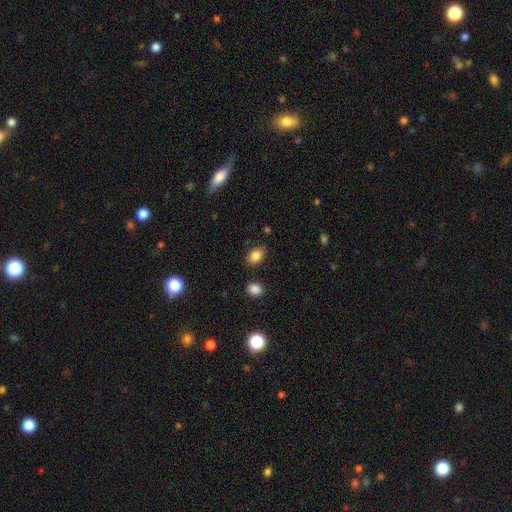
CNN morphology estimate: A smooth galaxy with no disk features (85%) that is in between round and cigar-shaped (79%). Merging: none (84%).